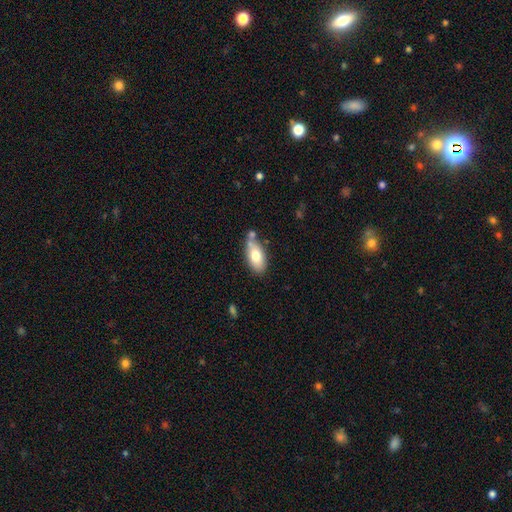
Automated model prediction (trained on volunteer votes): This is likely a smooth galaxy (74%). How rounded: clearly in between (89%). Merging: possibly none (56%).